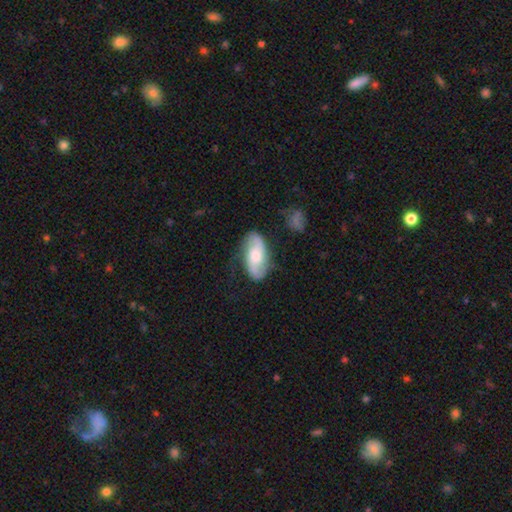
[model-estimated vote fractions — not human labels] A featured or disk galaxy (65%) with no bar (55%), 2 (88%) medium (42%) spiral arms (91%) and a moderate central bulge (51%).

Vote fractions:
- Smooth or featured? featured or disk: 65% / smooth: 29% / star or artifact: 6%
- Edge-on disk? no: 94% / yes: 6%
- Bar? no: 55% / weak: 35% / strong: 10%
- Spiral arms? yes: 91% / no: 9%
- Spiral winding? medium: 42% / loose: 40% / tight: 18%
- Spiral arm count? 2: 88% / can't tell: 6% / 1: 2% / 3: 1% / 4: 1% / more than 4: 1%
- Bulge size? moderate: 51% / small: 22% / large: 19% / none: 5% / dominant: 3%
- Merging? none: 70% / minor disturbance: 20% / major disturbance: 7% / merger: 3%